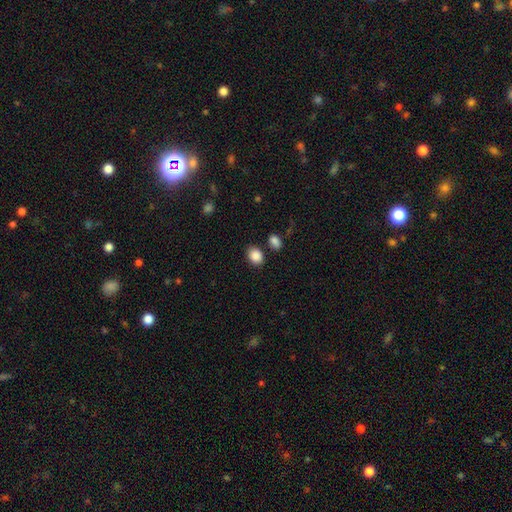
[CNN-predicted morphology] Overall: smooth (88%). How rounded: in between (64%; round 35%). Merging: none (80%).